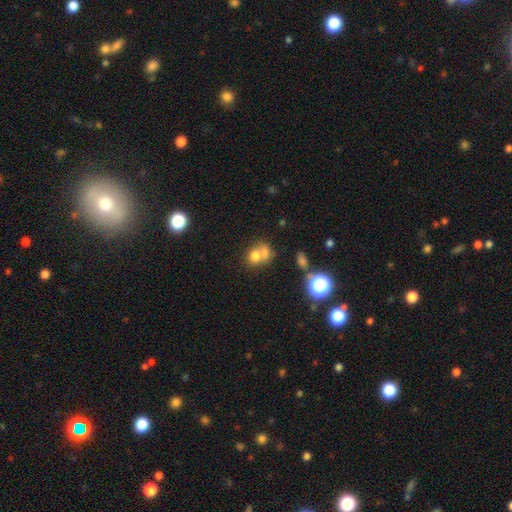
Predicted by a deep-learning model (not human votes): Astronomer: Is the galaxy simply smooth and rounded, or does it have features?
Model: smooth — 71%.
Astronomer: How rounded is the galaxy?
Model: round — 57% (runner-up: in between, 41%).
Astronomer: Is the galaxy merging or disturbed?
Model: merger — 53% (runner-up: none, 33%).